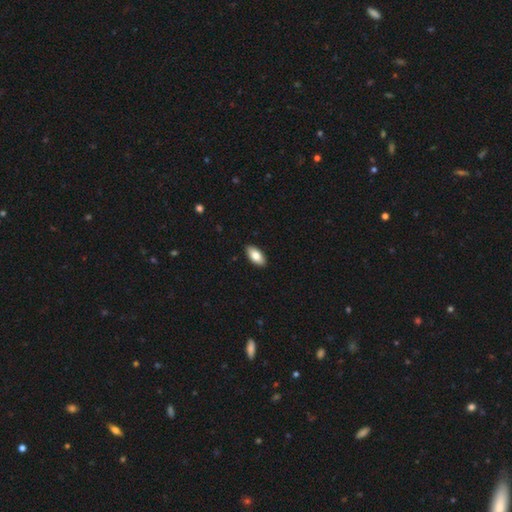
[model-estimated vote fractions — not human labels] Smooth or featured? Predicted: smooth (p=0.81). How rounded? Predicted: in between (p=0.92). Merging? Predicted: none (p=0.91).